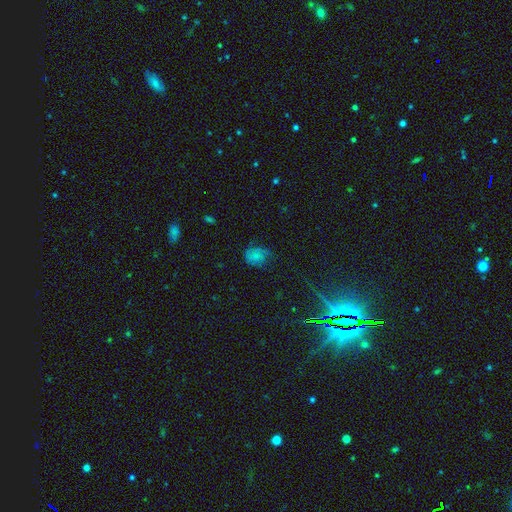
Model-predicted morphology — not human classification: This is possibly a smooth galaxy (60%). How rounded: possibly round (54%). Merging: possibly none (49%).